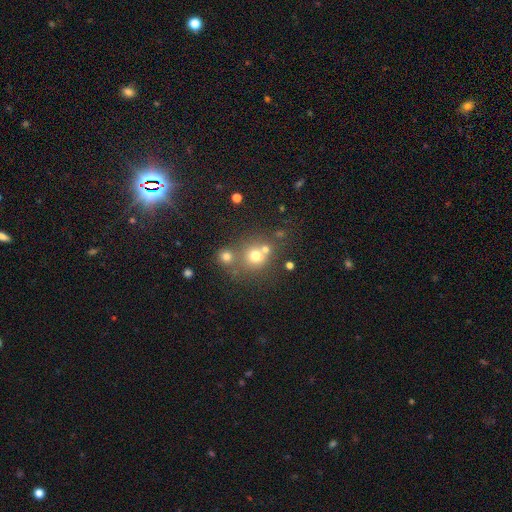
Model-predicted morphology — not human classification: A smooth galaxy with no disk features (68%) that is round (85%). Merging: none (53%).